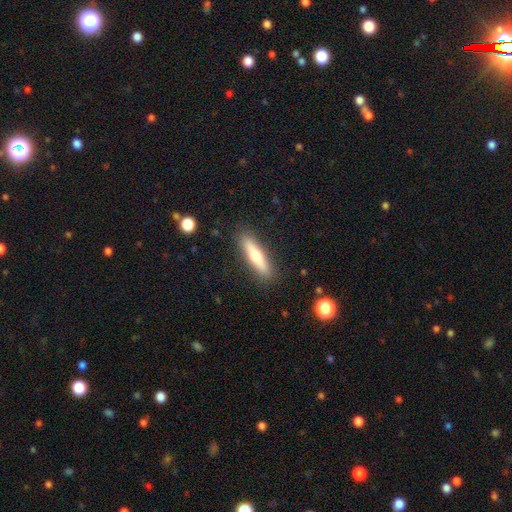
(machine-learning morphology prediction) Overall: smooth (55%; featured or disk 38%). How rounded: cigar-shaped (82%). Merging: none (88%).